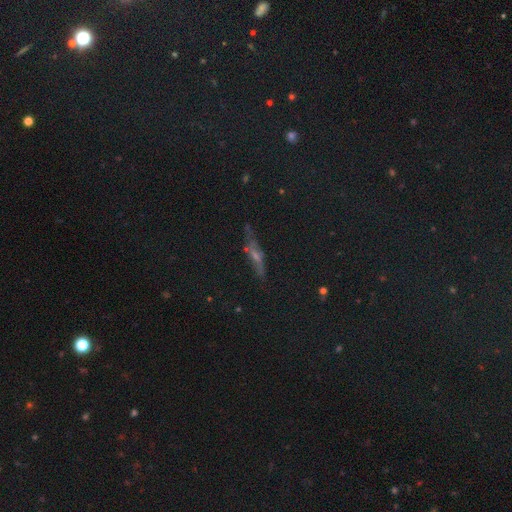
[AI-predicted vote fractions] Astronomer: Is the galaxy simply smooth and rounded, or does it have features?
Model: featured or disk — 39% (runner-up: star or artifact, 32%).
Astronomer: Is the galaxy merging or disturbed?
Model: none — 70%.